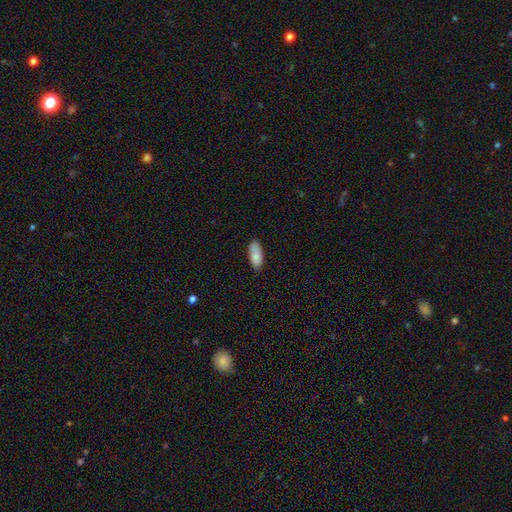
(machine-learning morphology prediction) Smooth or featured?
  - smooth: 83% *
  - featured or disk: 11%
  - star or artifact: 7%
How rounded?
  - in between: 87% *
  - cigar-shaped: 11%
  - round: 2%
Merging?
  - none: 79% *
  - minor disturbance: 17%
  - major disturbance: 3%
  - merger: 1%